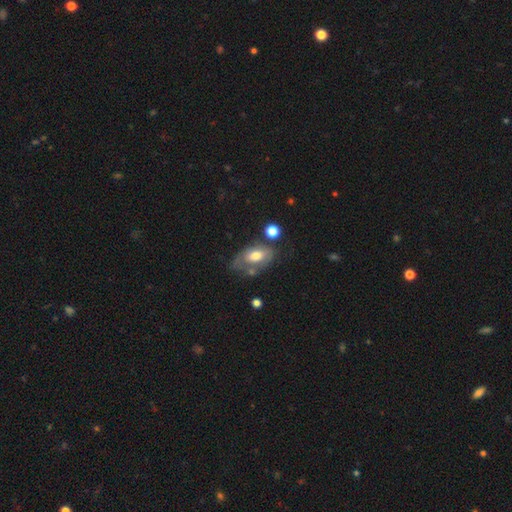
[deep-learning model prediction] Morphology: type=smooth (51%); roundness=in between (89%); merging=none (40%).